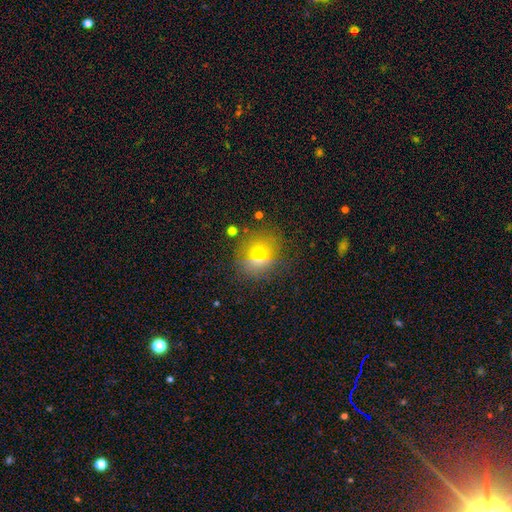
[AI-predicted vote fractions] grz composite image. It shows a smooth galaxy with no disk features (53%) that is round (85%). Merging: none (74%).